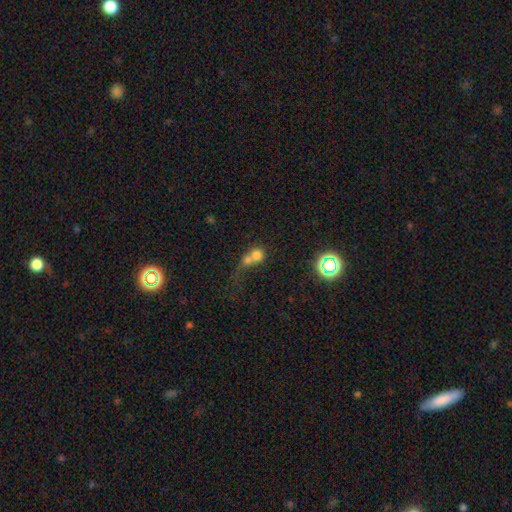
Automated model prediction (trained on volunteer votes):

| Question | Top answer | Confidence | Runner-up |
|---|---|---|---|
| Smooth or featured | smooth | 68% | star or artifact (16%) |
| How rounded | round | 80% | in between (19%) |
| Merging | merger | 62% | none (23%) |